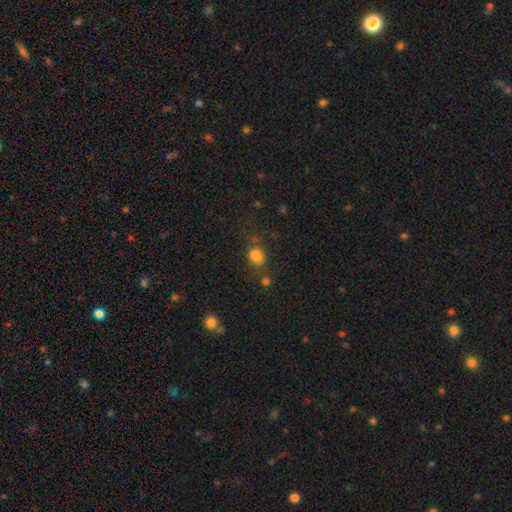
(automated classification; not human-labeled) Smooth or featured? smooth (79%)
How rounded? in between (66%)
Merging? none (58%)